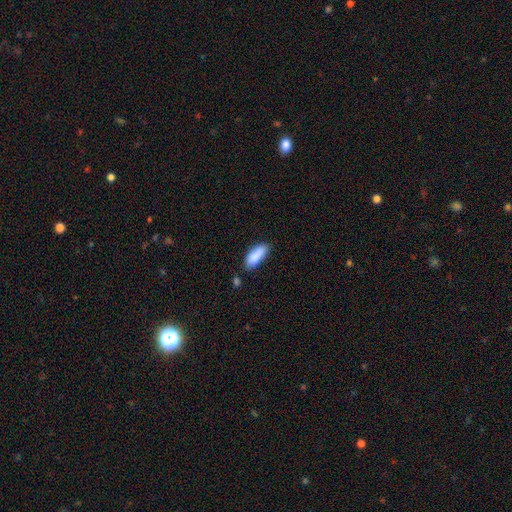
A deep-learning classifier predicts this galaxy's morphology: The model was most divided on "merging": none: 64%, minor disturbance: 23%, merger: 8%, major disturbance: 5%. More confident: smooth or featured — smooth (86%); how rounded — in between (76%).